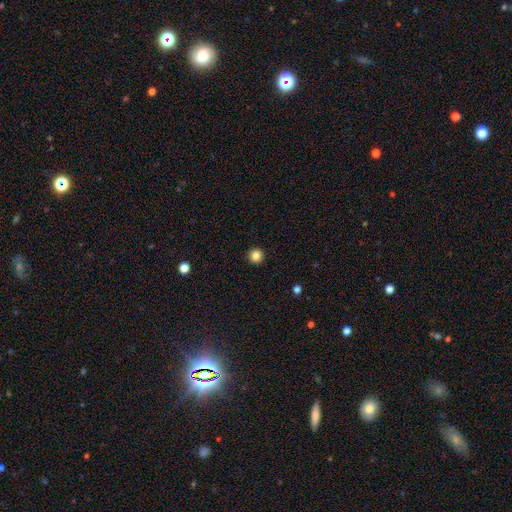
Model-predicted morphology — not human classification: Smooth or featured?
  - smooth: 84% *
  - star or artifact: 11%
  - featured or disk: 4%
How rounded?
  - round: 96% *
  - in between: 3%
  - cigar-shaped: 1%
Merging?
  - none: 94% *
  - minor disturbance: 4%
  - major disturbance: 1%
  - merger: 1%